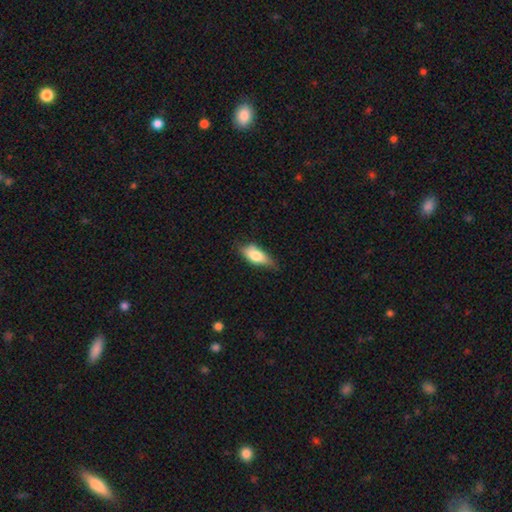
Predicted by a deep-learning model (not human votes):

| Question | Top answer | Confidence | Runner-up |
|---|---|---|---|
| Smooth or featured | smooth | 75% | featured or disk (19%) |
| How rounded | in between | 79% | cigar-shaped (18%) |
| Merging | none | 56% | minor disturbance (35%) |